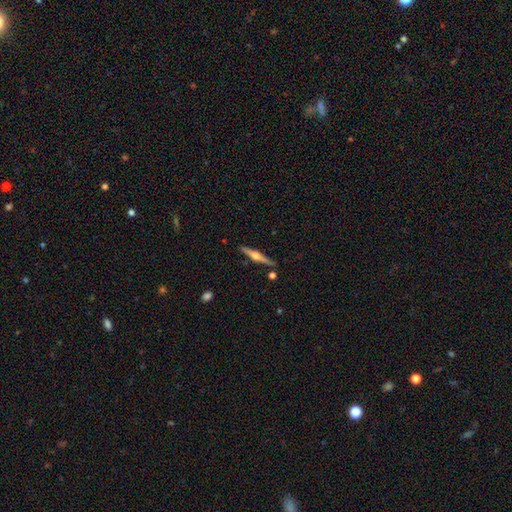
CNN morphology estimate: Smooth or featured? Predicted: featured or disk (p=0.76). Edge-on disk? Predicted: yes (p=0.98). Edge-on bulge? Predicted: rounded (p=0.94). Merging? Predicted: none (p=0.88).